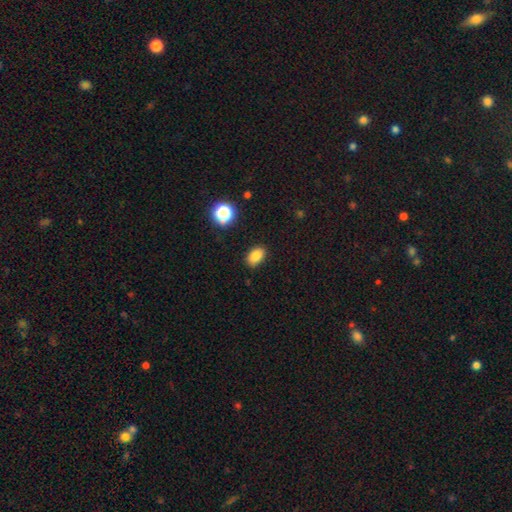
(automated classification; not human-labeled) Smooth or featured: smooth — 84% (star or artifact — 11%)
How rounded: in between — 87% (round — 11%)
Merging: none — 86% (minor disturbance — 10%)